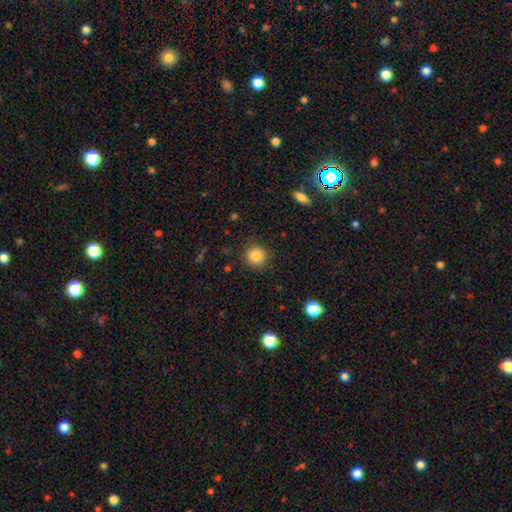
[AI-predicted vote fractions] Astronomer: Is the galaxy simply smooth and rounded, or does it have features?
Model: smooth — 85%.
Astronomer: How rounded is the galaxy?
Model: round — 92%.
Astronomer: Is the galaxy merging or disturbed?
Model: none — 87%.